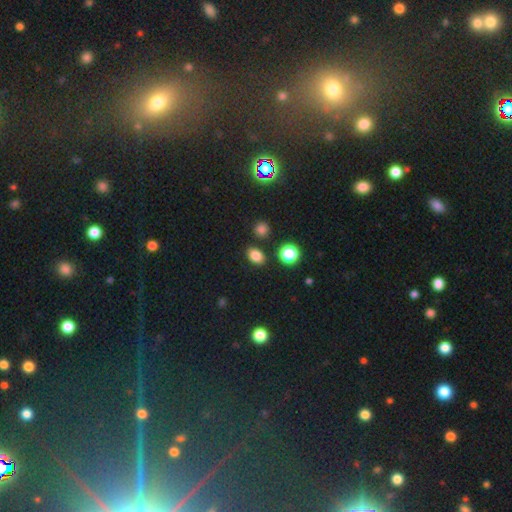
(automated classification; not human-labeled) This is clearly a smooth galaxy (81%). How rounded: likely in between (71%). Merging: clearly none (83%).